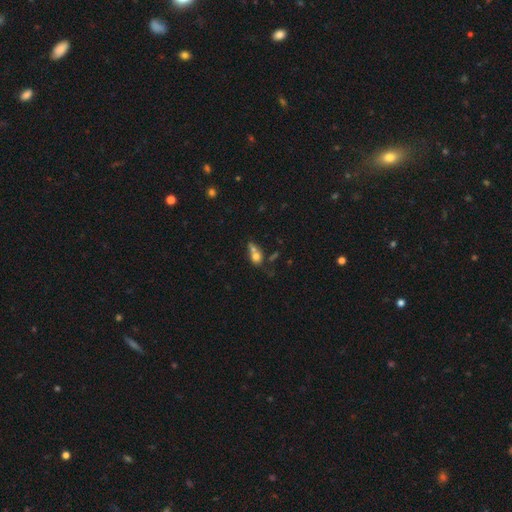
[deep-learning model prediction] A smooth galaxy with no disk features (67%) that is round (55%). Merging: merger (57%).